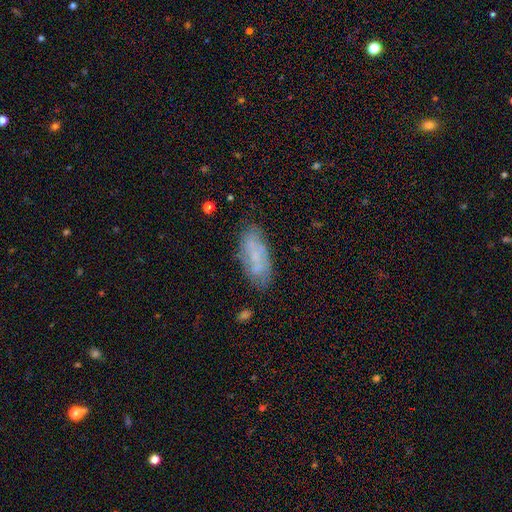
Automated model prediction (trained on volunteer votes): Overall: featured or disk (46%; smooth 45%). Merging: none (72%).